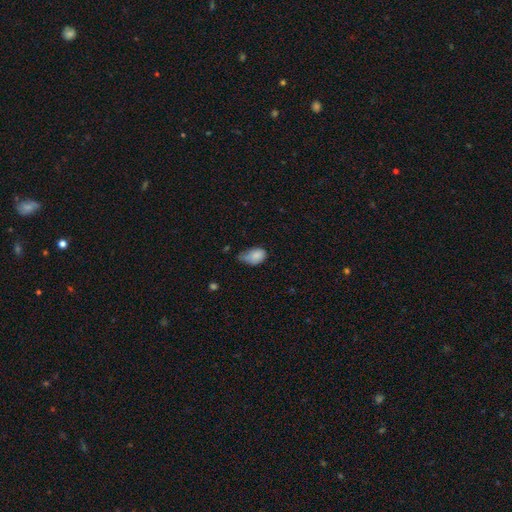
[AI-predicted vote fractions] A smooth galaxy with no disk features (82%) that is in between round and cigar-shaped (85%).

Vote fractions:
- Smooth or featured? smooth: 82% / featured or disk: 10% / star or artifact: 8%
- How rounded? in between: 85% / round: 14% / cigar-shaped: 1%
- Merging? minor disturbance: 48% / none: 29% / major disturbance: 19% / merger: 4%